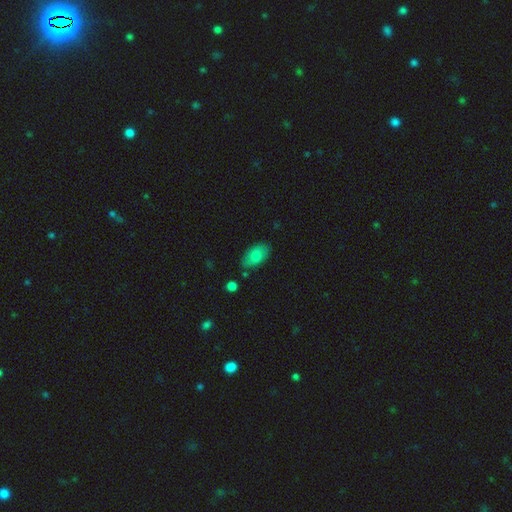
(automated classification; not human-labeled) smooth 79%, featured or disk 13%, star or artifact 7%. Down the decision tree: how rounded — in between (93%); merging — none (78%).